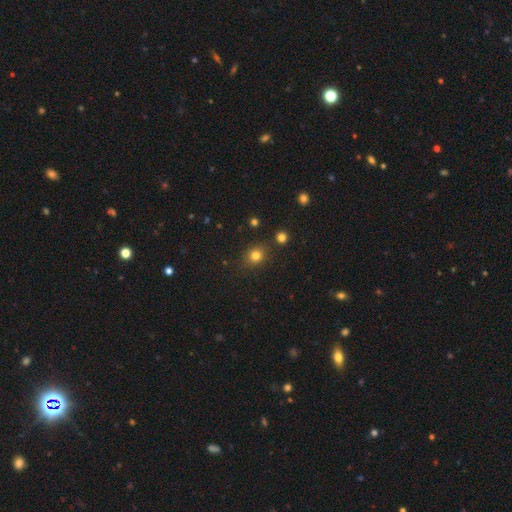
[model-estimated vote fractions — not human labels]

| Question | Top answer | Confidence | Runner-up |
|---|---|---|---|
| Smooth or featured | smooth | 80% | star or artifact (14%) |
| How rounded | round | 68% | in between (31%) |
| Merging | none | 81% | minor disturbance (11%) |